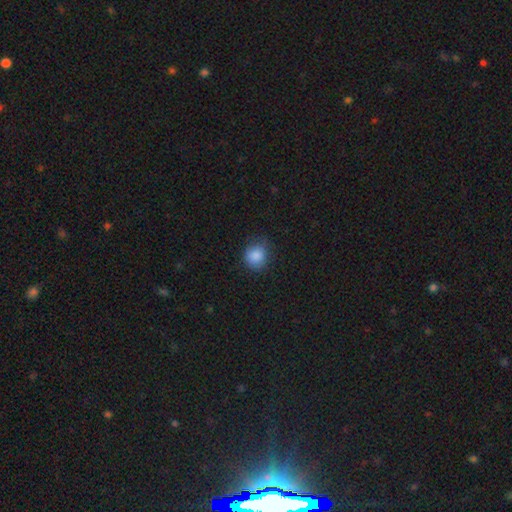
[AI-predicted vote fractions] smooth 87%, star or artifact 9%, featured or disk 4%. Down the decision tree: how rounded — round (81%); merging — none (74%).